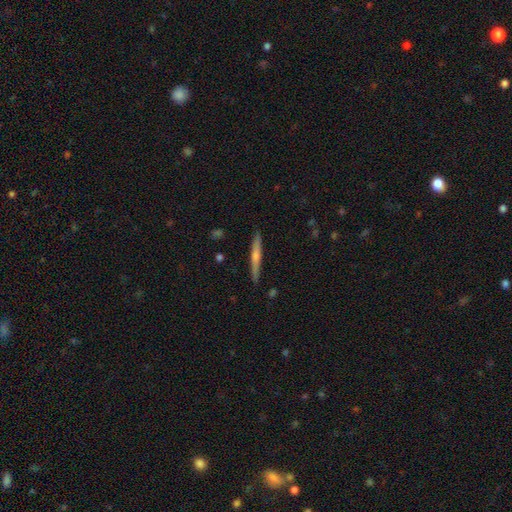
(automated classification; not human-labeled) The model was most divided on "smooth or featured": featured or disk: 61%, smooth: 33%, star or artifact: 6%. More confident: edge-on disk — yes (97%); merging — none (90%); edge-on bulge — rounded (72%).